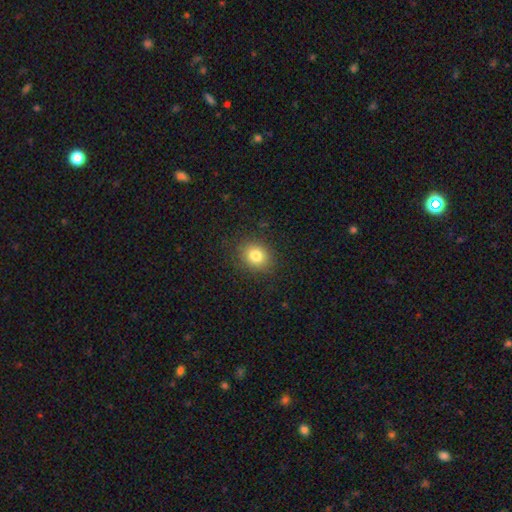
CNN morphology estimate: smooth 81%, star or artifact 11%, featured or disk 8%. Down the decision tree: how rounded — round (66%); merging — none (87%).